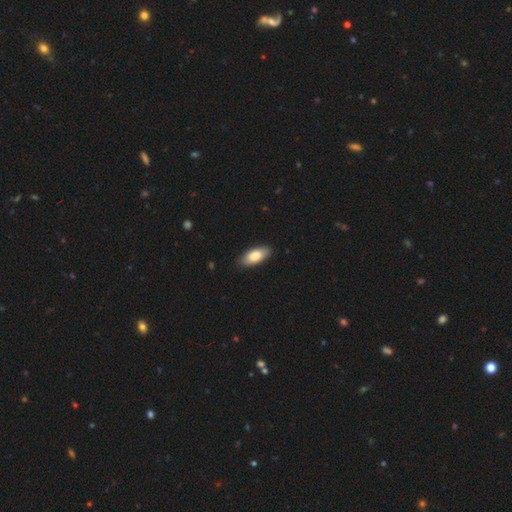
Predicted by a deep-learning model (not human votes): Smooth or featured? smooth (81%)
How rounded? in between (88%)
Merging? none (87%)